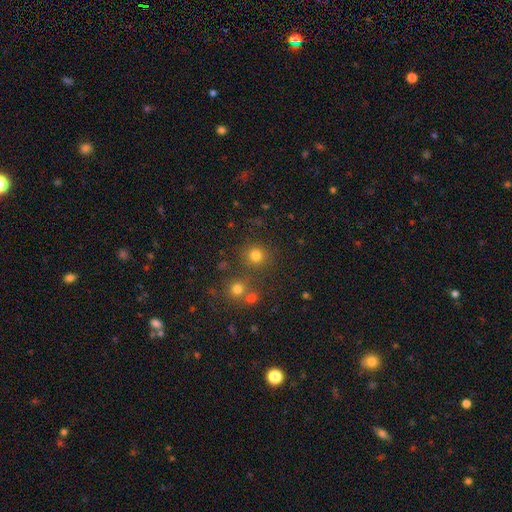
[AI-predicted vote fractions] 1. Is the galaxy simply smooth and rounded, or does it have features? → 77% smooth, 17% star or artifact, 6% featured or disk.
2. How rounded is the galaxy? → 91% round, 8% in between, 1% cigar-shaped.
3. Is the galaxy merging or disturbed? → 80% none, 9% merger, 8% minor disturbance, 3% major disturbance.